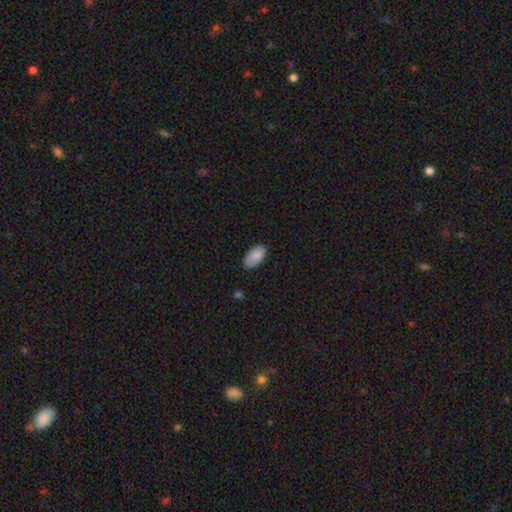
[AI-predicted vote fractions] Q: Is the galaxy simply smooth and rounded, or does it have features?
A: smooth — 87%.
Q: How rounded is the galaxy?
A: in between — 95%.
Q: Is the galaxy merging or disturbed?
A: none — 81%.